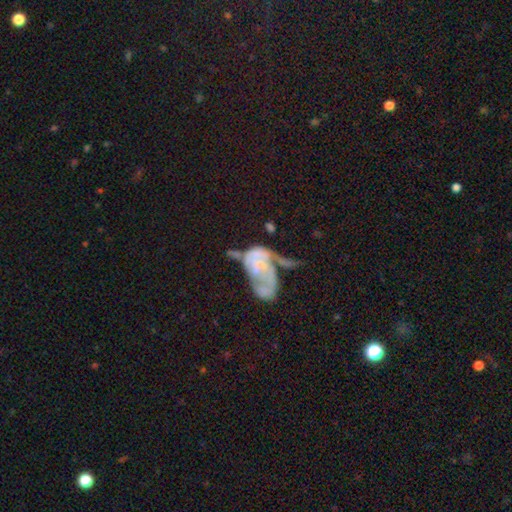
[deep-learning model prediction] Smooth or featured?
  - featured or disk: 58% *
  - smooth: 32%
  - star or artifact: 10%
Edge-on disk?
  - no: 97% *
  - yes: 3%
Bar?
  - no: 82% *
  - weak: 13%
  - strong: 4%
Spiral arms?
  - no: 58% *
  - yes: 42%
Bulge size?
  - none: 57% *
  - small: 22%
  - moderate: 14%
  - large: 5%
  - dominant: 2%
Merging?
  - major disturbance: 39% *
  - merger: 36%
  - none: 13%
  - minor disturbance: 12%